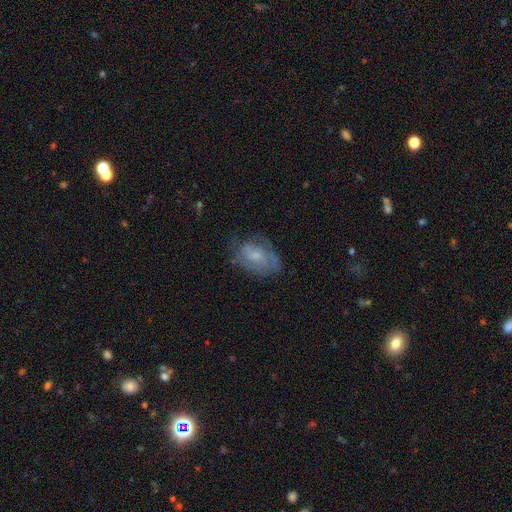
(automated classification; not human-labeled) Overall: featured or disk (49%; smooth 41%). Merging: none (58%; minor disturbance 26%).